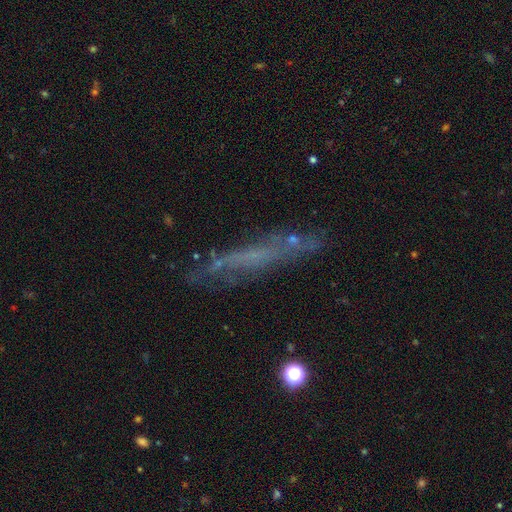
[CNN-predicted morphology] Smooth or featured: featured or disk — 50% (smooth — 35%)
Edge-on disk: yes — 62% (no — 38%)
Merging: none — 70% (minor disturbance — 18%)